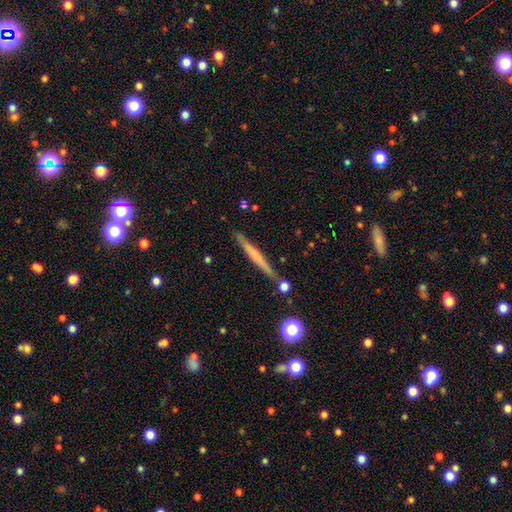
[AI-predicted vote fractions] Overall: featured or disk (49%; smooth 44%). Merging: none (85%).